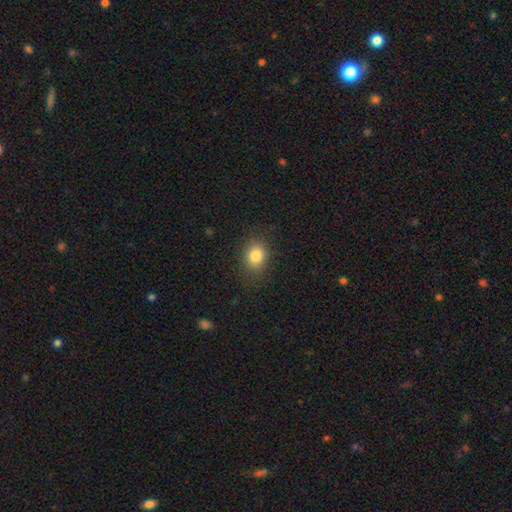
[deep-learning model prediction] Smooth or featured? Predicted: smooth (p=0.83). How rounded? Predicted: round (p=0.54). Merging? Predicted: none (p=0.84).